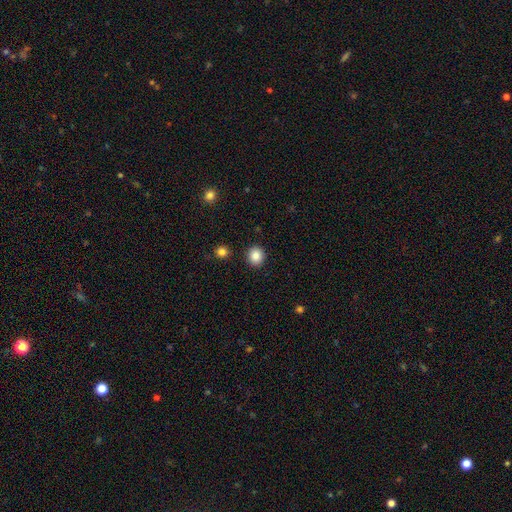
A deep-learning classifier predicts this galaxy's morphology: Q: Smooth or featured?
A: smooth (87%); runner-up: star or artifact (9%)
Q: How rounded?
A: round (84%); runner-up: in between (15%)
Q: Merging?
A: none (91%); runner-up: minor disturbance (5%)